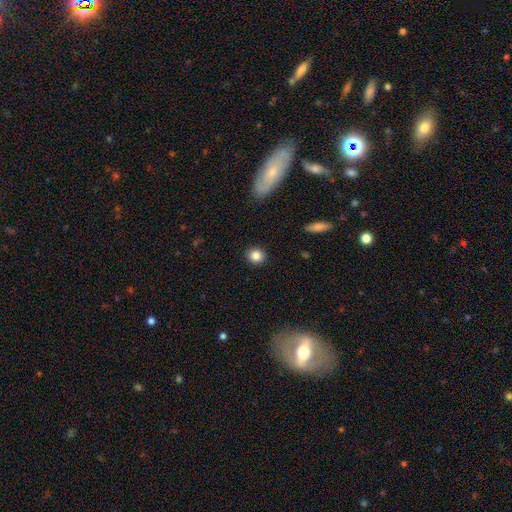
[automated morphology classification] The model was most divided on "how rounded": round: 82%, in between: 17%, cigar-shaped: 1%. More confident: merging — none (90%); smooth or featured — smooth (86%).